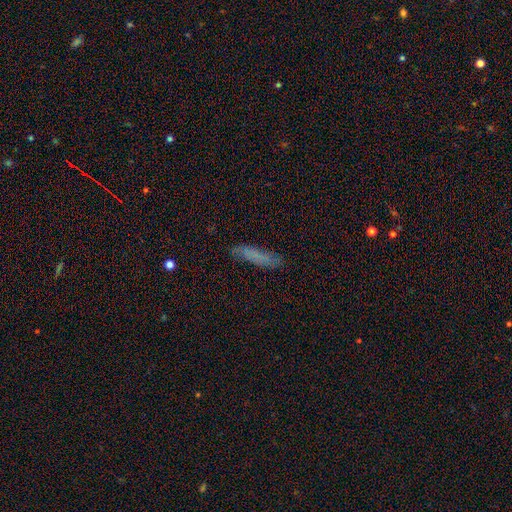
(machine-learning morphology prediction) A smooth galaxy with no disk features (67%) that is cigar-shaped (79%).

Vote fractions:
- Smooth or featured? smooth: 67% / featured or disk: 23% / star or artifact: 10%
- How rounded? cigar-shaped: 79% / in between: 19% / round: 2%
- Merging? none: 78% / minor disturbance: 16% / major disturbance: 4% / merger: 2%